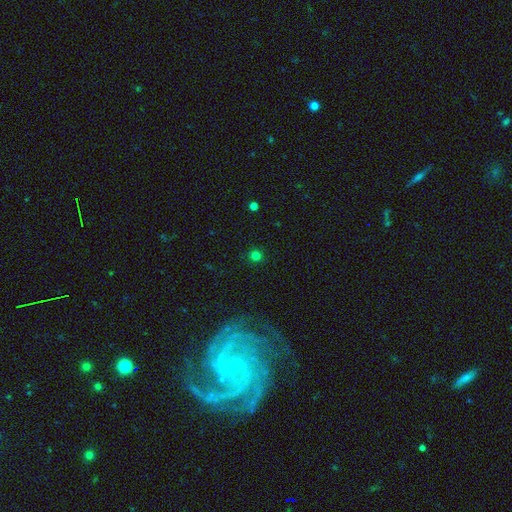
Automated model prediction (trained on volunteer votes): Smooth or featured? smooth (77%)
How rounded? round (94%)
Merging? none (91%)